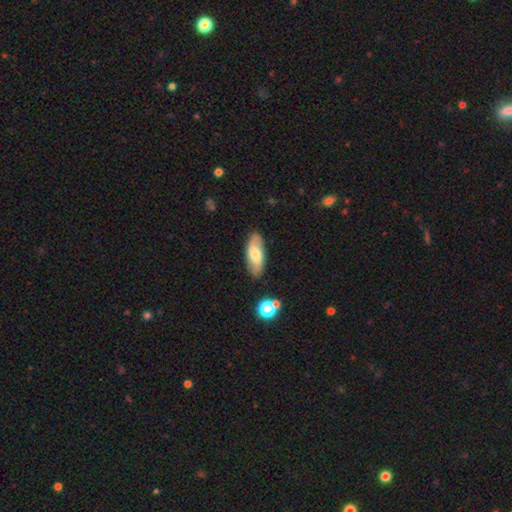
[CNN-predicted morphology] Q: Smooth or featured?
A: smooth (57%); runner-up: featured or disk (36%)
Q: How rounded?
A: in between (80%); runner-up: cigar-shaped (17%)
Q: Merging?
A: none (84%); runner-up: minor disturbance (11%)